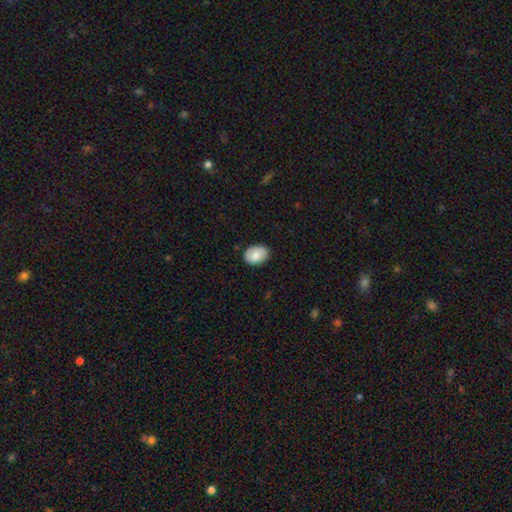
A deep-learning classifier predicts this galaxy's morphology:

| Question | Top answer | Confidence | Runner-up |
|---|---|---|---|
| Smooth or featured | smooth | 81% | featured or disk (13%) |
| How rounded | in between | 76% | round (23%) |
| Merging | none | 84% | minor disturbance (13%) |